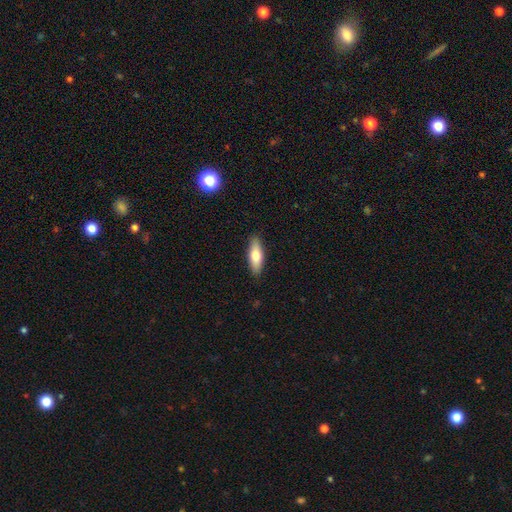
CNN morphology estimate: Smooth or featured: smooth — 70% (featured or disk — 24%)
How rounded: in between — 56% (cigar-shaped — 42%)
Merging: none — 89% (minor disturbance — 8%)